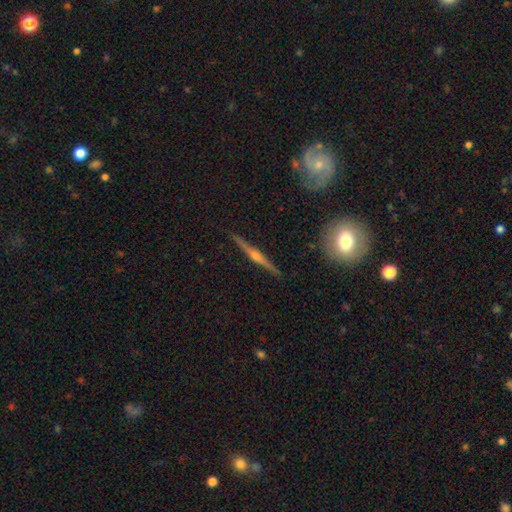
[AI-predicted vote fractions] Morphology: type=featured or disk (82%); edge-on=yes (98%); edge-on bulge=rounded (91%); merging=none (91%).